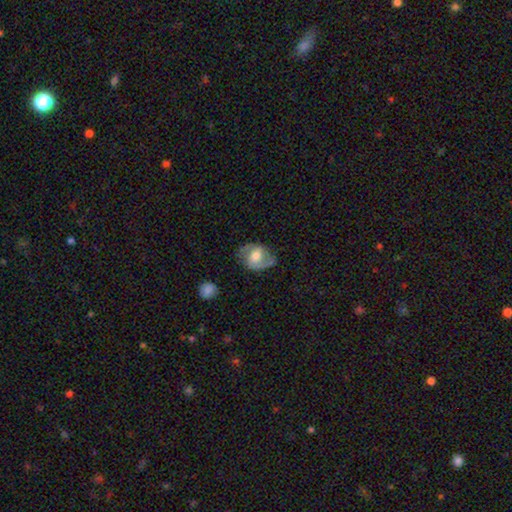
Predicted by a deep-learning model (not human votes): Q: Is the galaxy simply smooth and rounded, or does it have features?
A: featured or disk — 59%.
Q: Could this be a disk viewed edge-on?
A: no — 96%.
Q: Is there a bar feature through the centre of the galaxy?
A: no — 42%, tied with weak.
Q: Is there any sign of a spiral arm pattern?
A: yes — 78%.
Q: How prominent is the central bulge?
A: moderate — 68%.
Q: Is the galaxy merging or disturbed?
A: none — 65%.